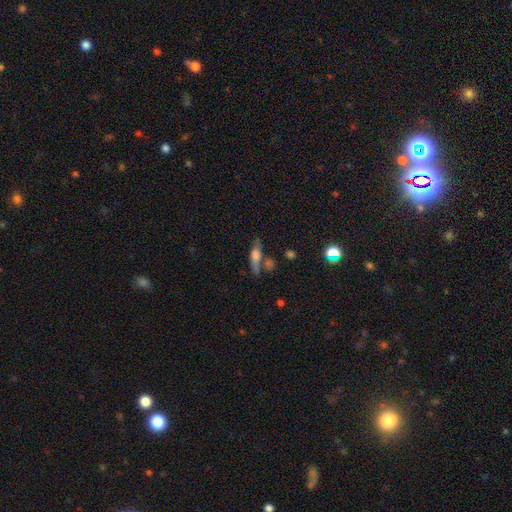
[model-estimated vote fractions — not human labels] Smooth or featured?
  - featured or disk: 46% *
  - smooth: 43%
  - star or artifact: 11%
Merging?
  - none: 59% *
  - minor disturbance: 17%
  - merger: 16%
  - major disturbance: 8%